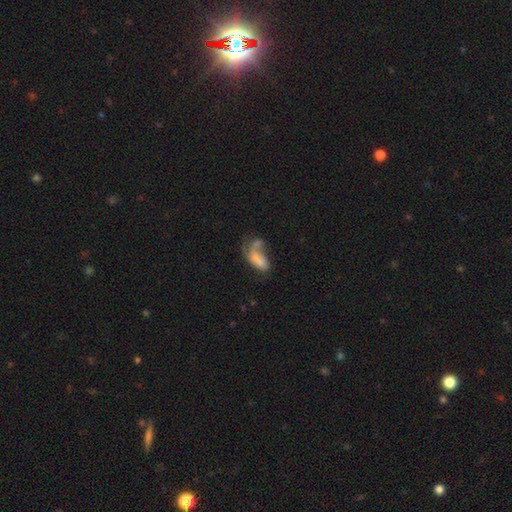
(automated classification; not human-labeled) The model was most divided on "merging": major disturbance: 34%, merger: 31%, none: 20%, minor disturbance: 16%. More confident: how rounded — in between (88%); smooth or featured — smooth (57%).